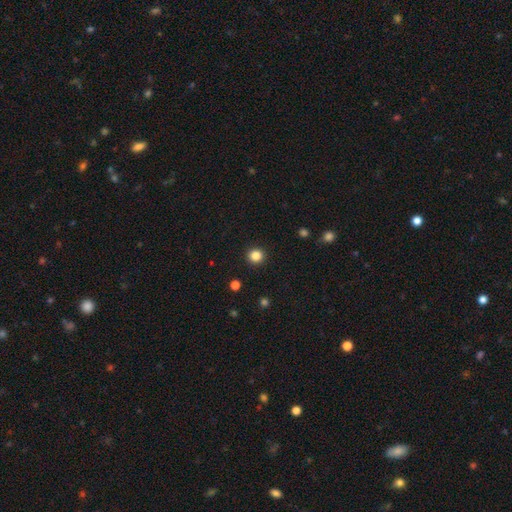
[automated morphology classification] Smooth or featured? Predicted: smooth (p=0.84). How rounded? Predicted: round (p=0.94). Merging? Predicted: none (p=0.93).